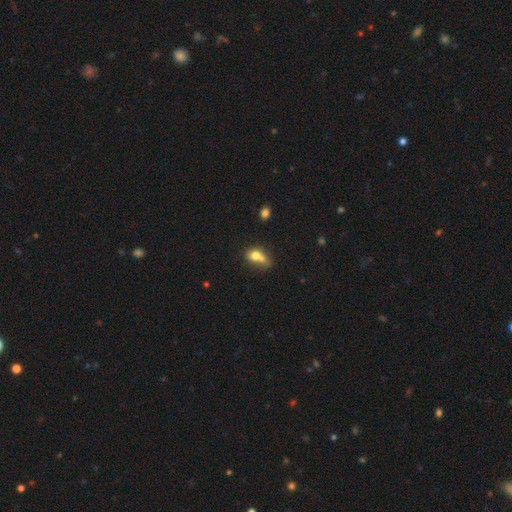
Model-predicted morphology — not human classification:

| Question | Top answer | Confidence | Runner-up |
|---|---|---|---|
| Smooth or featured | smooth | 72% | featured or disk (17%) |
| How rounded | in between | 52% | round (46%) |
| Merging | merger | 60% | none (23%) |